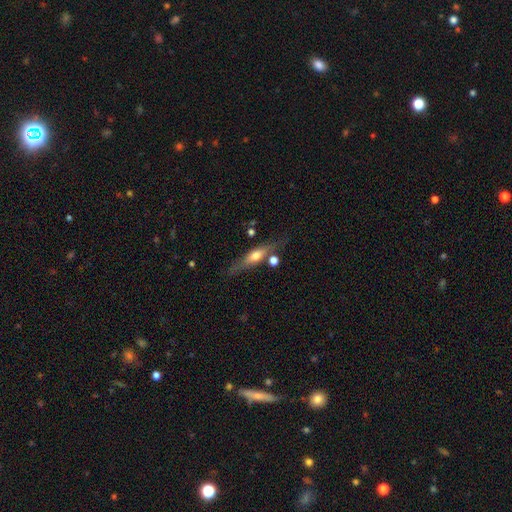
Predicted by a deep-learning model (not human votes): Smooth or featured? Predicted: featured or disk (p=0.57). Edge-on disk? Predicted: yes (p=0.88). Edge-on bulge? Predicted: rounded (p=0.87). Merging? Predicted: none (p=0.73).